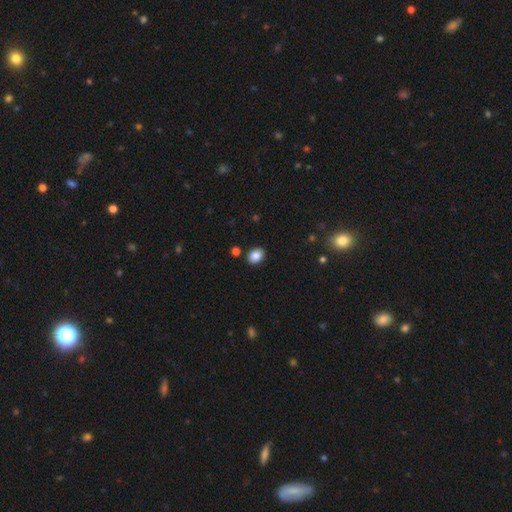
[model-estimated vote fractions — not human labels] smooth_or_featured: smooth (p=0.86) [alt: star or artifact p=0.09]
how_rounded: in between (p=0.62) [alt: round p=0.37]
merging: none (p=0.88) [alt: minor disturbance p=0.07]